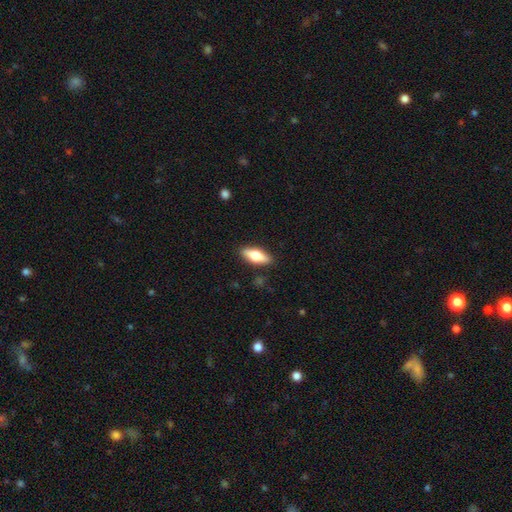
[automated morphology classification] A smooth galaxy with no disk features (63%) that is in between round and cigar-shaped (70%).

Vote fractions:
- Smooth or featured? smooth: 63% / featured or disk: 30% / star or artifact: 6%
- How rounded? in between: 70% / cigar-shaped: 27% / round: 3%
- Merging? none: 87% / minor disturbance: 9% / major disturbance: 2% / merger: 1%